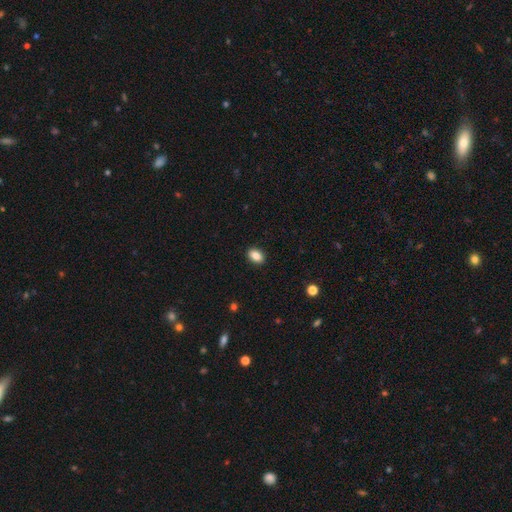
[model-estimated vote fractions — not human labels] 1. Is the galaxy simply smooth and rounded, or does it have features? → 88% smooth, 8% star or artifact, 4% featured or disk.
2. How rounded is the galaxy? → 83% in between, 15% round, 1% cigar-shaped.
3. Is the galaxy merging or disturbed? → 91% none, 7% minor disturbance, 2% major disturbance, 1% merger.